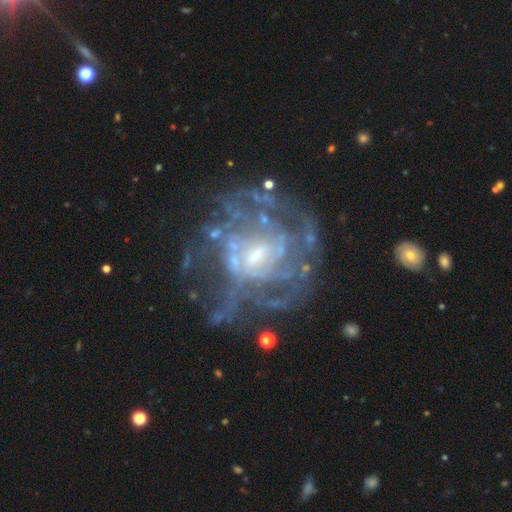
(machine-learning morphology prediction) A featured or disk galaxy (83%) with a weak bar (47%), tight (48%) spiral arms (77%) and a small central bulge (49%).

Vote fractions:
- Smooth or featured? featured or disk: 83% / star or artifact: 9% / smooth: 8%
- Edge-on disk? no: 98% / yes: 2%
- Bar? weak: 47% / no: 41% / strong: 12%
- Spiral arms? yes: 77% / no: 23%
- Spiral winding? tight: 48% / medium: 35% / loose: 16%
- Spiral arm count? can't tell: 49% / 2: 13% / 3: 12% / 4: 12% / more than 4: 8% / 1: 6%
- Bulge size? small: 49% / moderate: 36% / none: 10% / large: 4% / dominant: 1%
- Merging? none: 51% / major disturbance: 26% / minor disturbance: 19% / merger: 4%